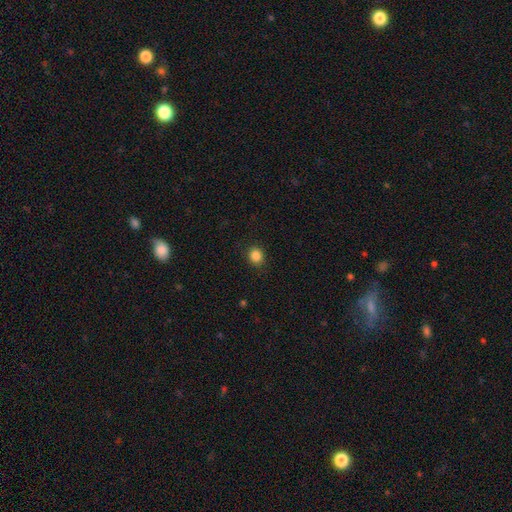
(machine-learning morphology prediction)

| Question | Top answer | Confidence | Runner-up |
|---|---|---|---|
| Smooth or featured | smooth | 86% | star or artifact (11%) |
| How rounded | round | 76% | in between (23%) |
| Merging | none | 89% | minor disturbance (8%) |